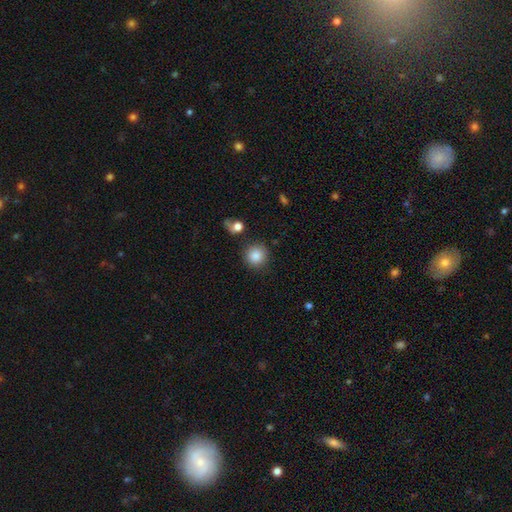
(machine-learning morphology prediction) This is clearly a smooth galaxy (86%). How rounded: clearly round (92%). Merging: clearly none (85%).